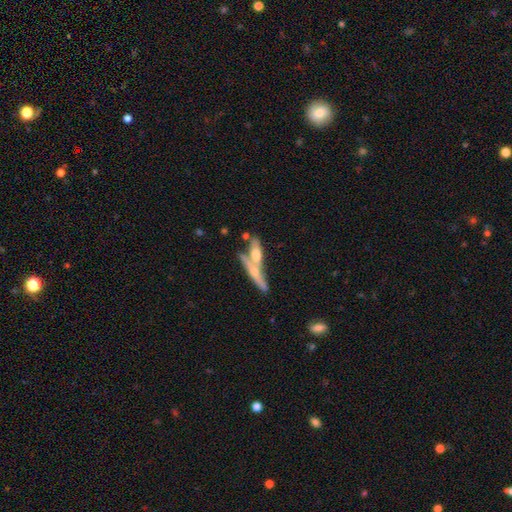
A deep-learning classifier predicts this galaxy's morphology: A featured or disk galaxy (49%).

Vote fractions:
- Smooth or featured? featured or disk: 49% / smooth: 44% / star or artifact: 7%
- Merging? merger: 50% / none: 34% / minor disturbance: 10% / major disturbance: 5%